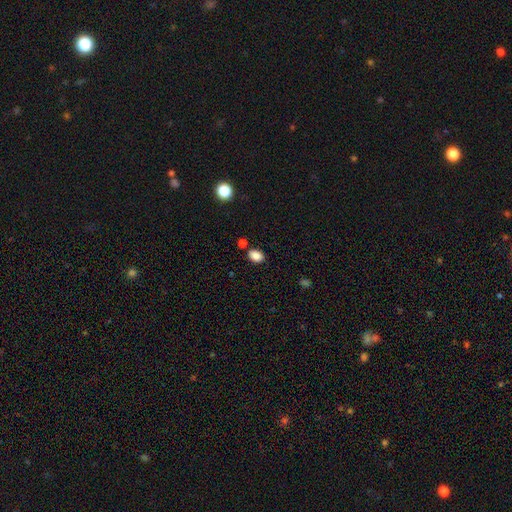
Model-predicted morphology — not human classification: smooth 86%, star or artifact 9%, featured or disk 4%. Down the decision tree: how rounded — in between (78%); merging — none (79%).